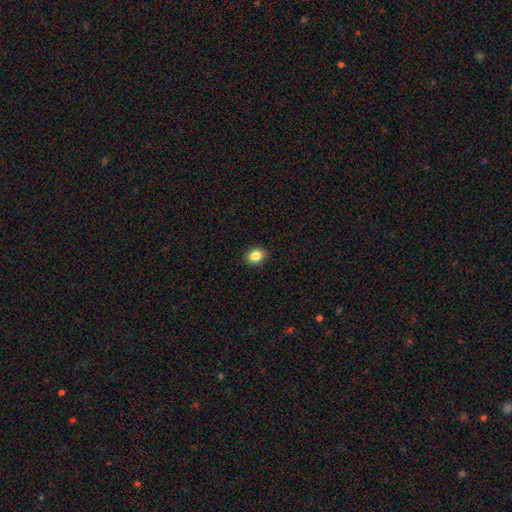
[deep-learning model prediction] The model was most divided on "how rounded": round: 54%, in between: 45%, cigar-shaped: 1%. More confident: merging — none (91%); smooth or featured — smooth (86%).